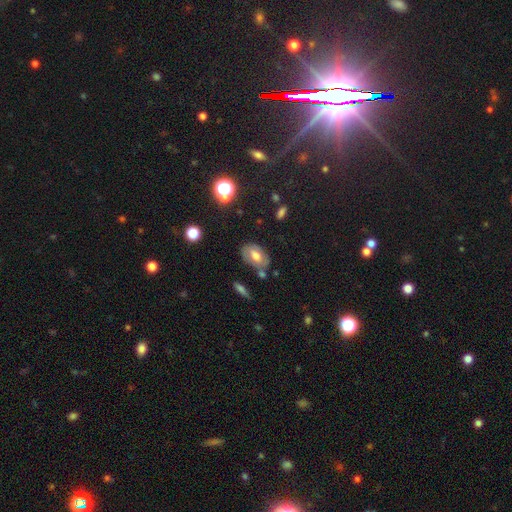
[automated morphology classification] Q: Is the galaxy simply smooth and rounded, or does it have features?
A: smooth — 51%.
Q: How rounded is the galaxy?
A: in between — 87%.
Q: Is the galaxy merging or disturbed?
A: none — 64%.